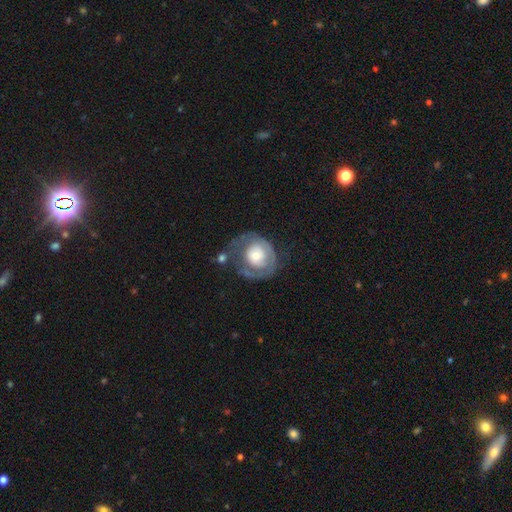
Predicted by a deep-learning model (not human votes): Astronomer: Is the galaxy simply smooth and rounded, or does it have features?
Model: featured or disk — 62%.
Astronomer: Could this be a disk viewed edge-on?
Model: no — 97%.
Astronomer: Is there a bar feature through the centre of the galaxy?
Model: no — 81%.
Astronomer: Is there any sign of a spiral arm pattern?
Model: yes — 61% (runner-up: no, 39%).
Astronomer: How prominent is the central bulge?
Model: moderate — 49% (runner-up: small, 36%).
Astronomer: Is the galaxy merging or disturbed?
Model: none — 39% (runner-up: major disturbance, 29%).